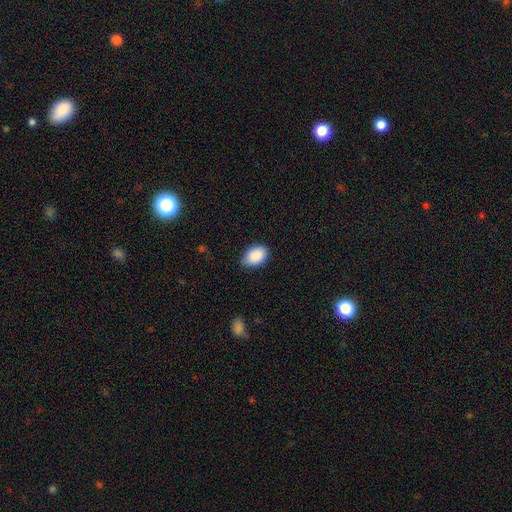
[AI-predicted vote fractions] Morphology: type=smooth (90%); roundness=in between (85%); merging=none (77%).